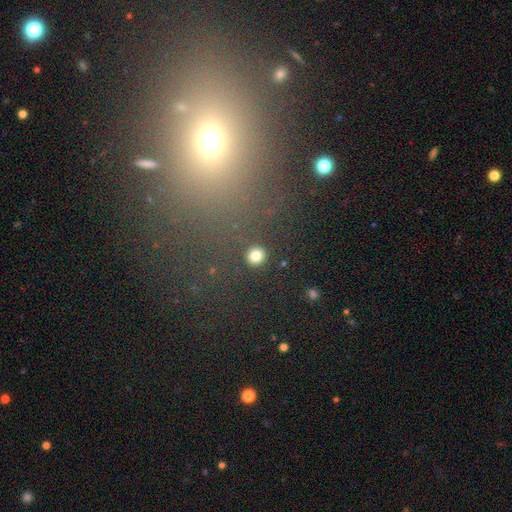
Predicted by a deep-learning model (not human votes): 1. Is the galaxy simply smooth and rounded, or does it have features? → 81% smooth, 14% star or artifact, 5% featured or disk.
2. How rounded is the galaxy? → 86% round, 13% in between, 1% cigar-shaped.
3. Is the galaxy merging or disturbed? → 89% none, 6% minor disturbance, 3% major disturbance, 2% merger.